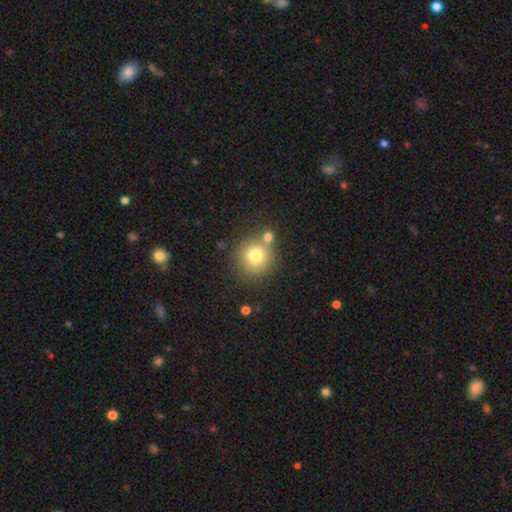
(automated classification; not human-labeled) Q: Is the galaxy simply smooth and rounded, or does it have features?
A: smooth — 75%.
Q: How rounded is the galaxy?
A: round — 91%.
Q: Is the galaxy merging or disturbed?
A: none — 66%.